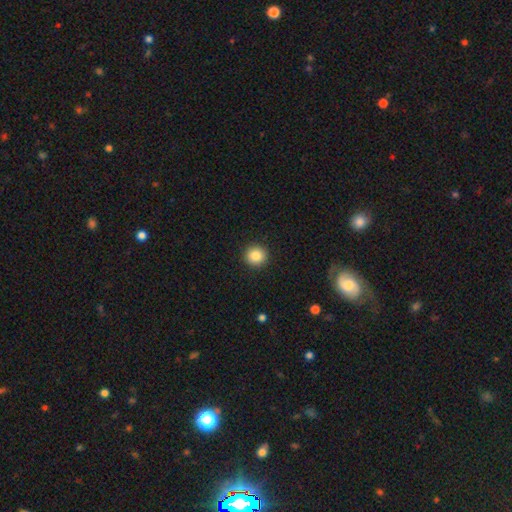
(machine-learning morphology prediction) type=smooth (86%); roundness=round (92%); merging=none (92%).